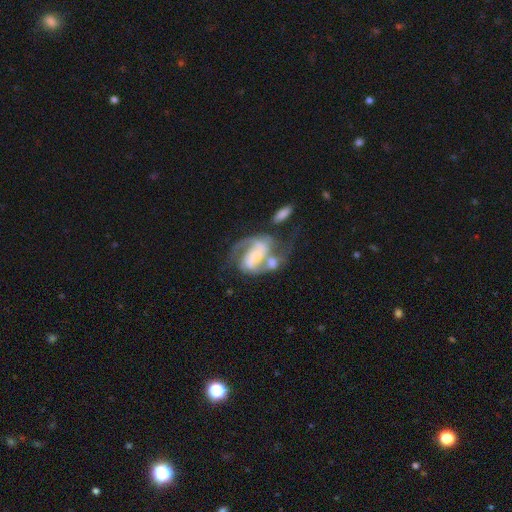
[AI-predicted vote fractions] The model was most divided on "bar": weak: 38%, no: 35%, strong: 28%. Remaining: edge-on disk — no (97%); spiral arms — yes (94%); smooth or featured — featured or disk (85%); spiral arm count — 2 (83%); spiral winding — medium (51%); bulge size — moderate (46%); merging — merger (34%).